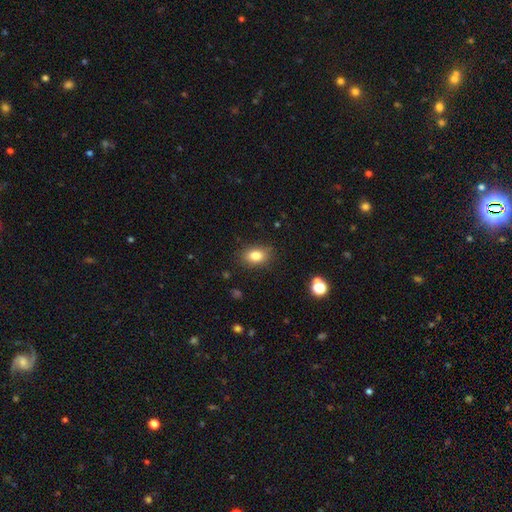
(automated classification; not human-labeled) Smooth or featured: smooth — 82% (star or artifact — 10%)
How rounded: in between — 75% (round — 24%)
Merging: none — 85% (minor disturbance — 11%)